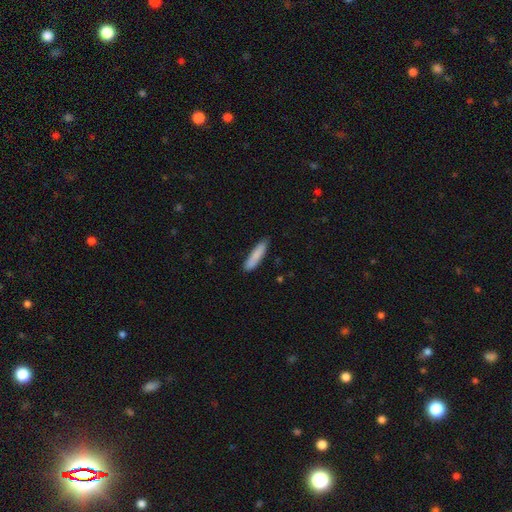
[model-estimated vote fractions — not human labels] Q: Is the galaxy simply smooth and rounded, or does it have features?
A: smooth — 84%.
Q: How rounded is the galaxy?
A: cigar-shaped — 82%.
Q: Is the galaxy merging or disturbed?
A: none — 84%.